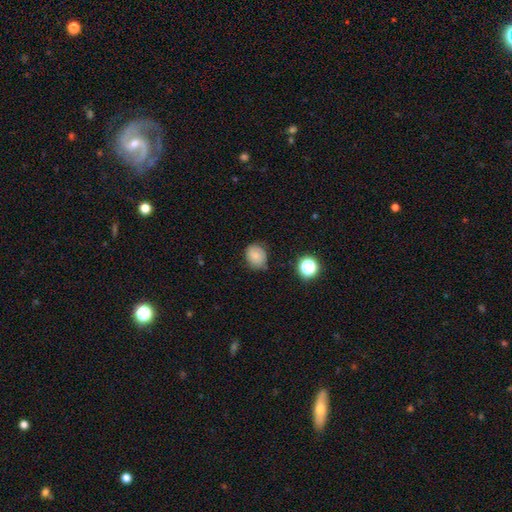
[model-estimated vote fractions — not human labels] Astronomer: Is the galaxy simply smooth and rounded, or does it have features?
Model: smooth — 76%.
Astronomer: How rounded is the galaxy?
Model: round — 60% (runner-up: in between, 40%).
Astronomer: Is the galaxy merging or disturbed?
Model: none — 67%.